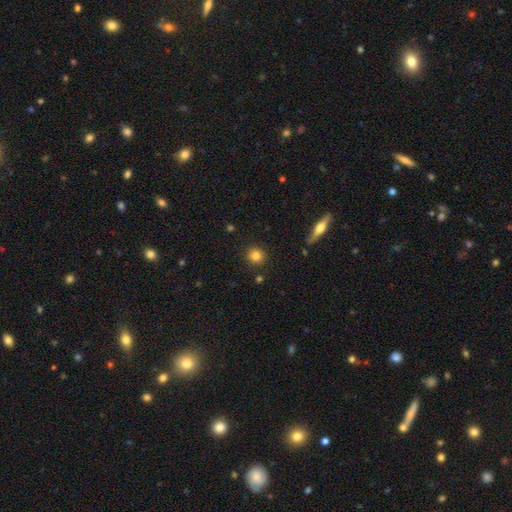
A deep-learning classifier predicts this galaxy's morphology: A smooth galaxy with no disk features (83%) that is round (92%). Merging: none (89%).